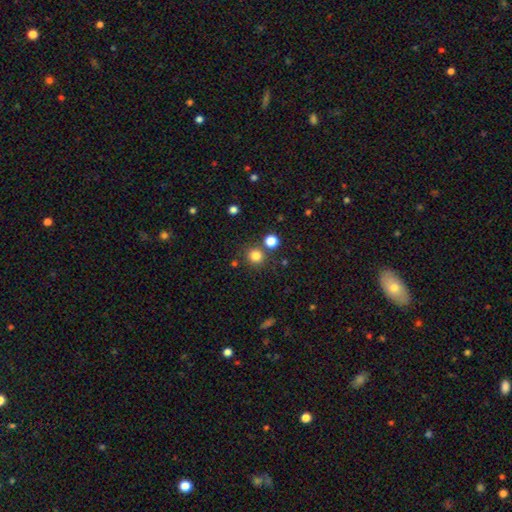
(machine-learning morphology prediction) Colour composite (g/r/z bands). It shows a smooth galaxy with no disk features (81%) that is round (92%). Merging: none (79%).